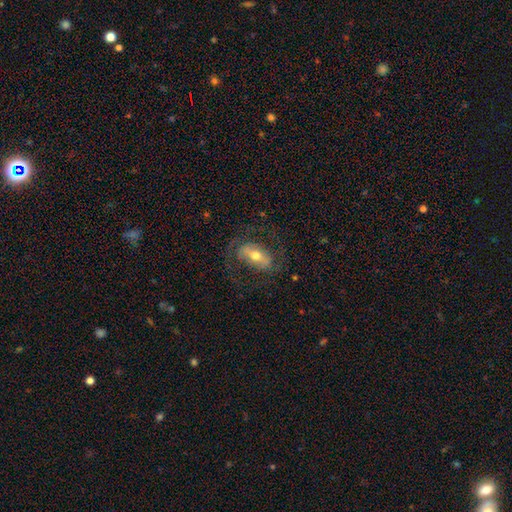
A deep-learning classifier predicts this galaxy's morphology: The model was most divided on "bar": strong: 48%, weak: 32%, no: 20%. More confident: edge-on disk — no (91%); spiral arms — yes (74%); merging — none (68%); smooth or featured — featured or disk (67%); bulge size — moderate (66%).